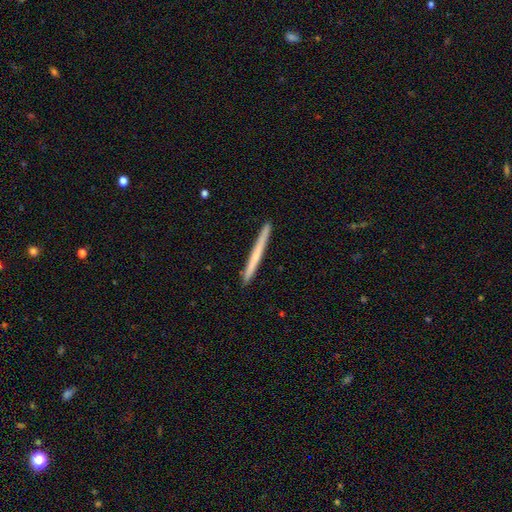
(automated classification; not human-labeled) Smooth or featured: smooth — 56% (featured or disk — 39%)
How rounded: cigar-shaped — 97% (in between — 1%)
Merging: none — 92% (minor disturbance — 5%)